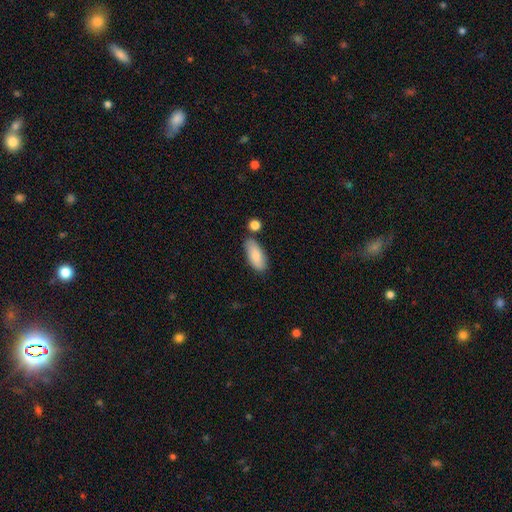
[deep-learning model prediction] The model was most divided on "merging": none: 74%, minor disturbance: 14%, merger: 9%, major disturbance: 3%. More confident: smooth or featured — smooth (85%); how rounded — in between (84%).